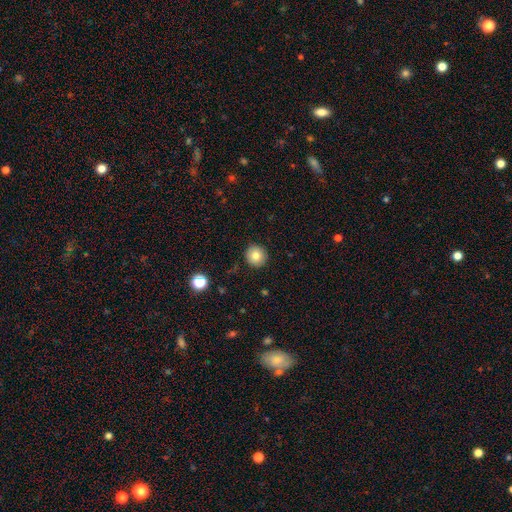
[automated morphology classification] type=smooth (79%); roundness=round (94%); merging=none (92%).